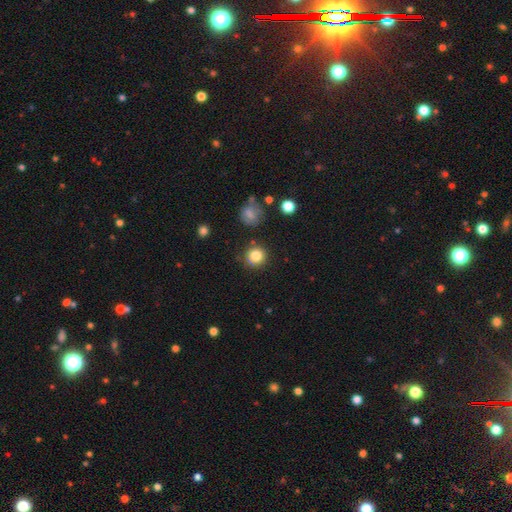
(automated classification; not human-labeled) A smooth galaxy with no disk features (82%) that is round (92%).

Vote fractions:
- Smooth or featured? smooth: 82% / star or artifact: 12% / featured or disk: 6%
- How rounded? round: 92% / in between: 7% / cigar-shaped: 1%
- Merging? none: 82% / minor disturbance: 11% / merger: 4% / major disturbance: 3%